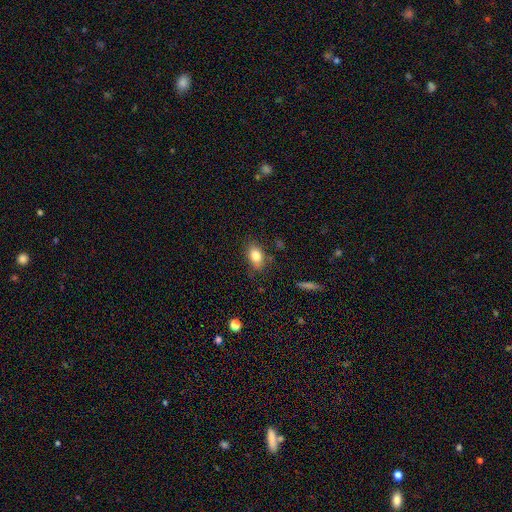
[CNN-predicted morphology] A smooth galaxy with no disk features (82%) that is in between round and cigar-shaped (81%). Merging: none (76%).